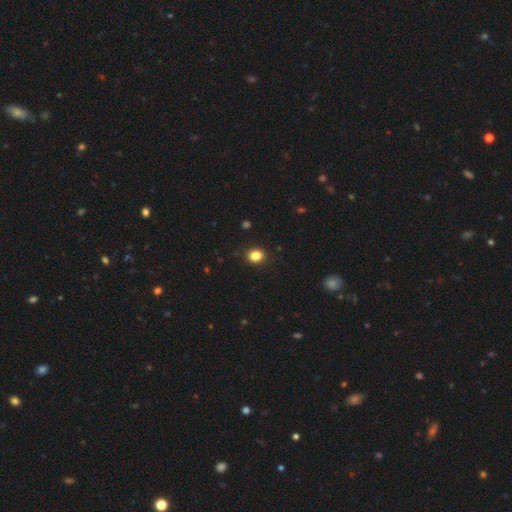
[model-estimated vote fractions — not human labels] A smooth galaxy with no disk features (84%) that is round (60%). Merging: none (90%).